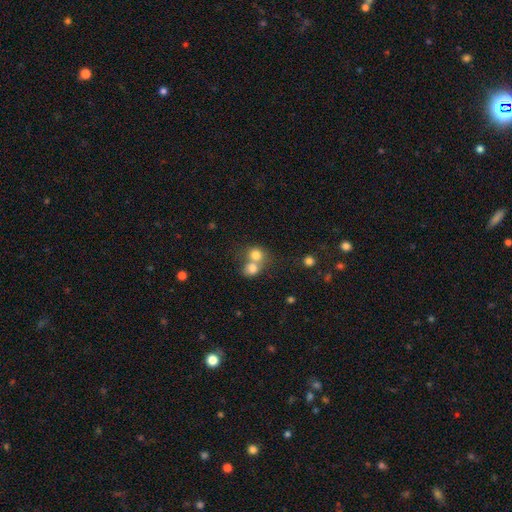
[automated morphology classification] A smooth galaxy with no disk features (76%) that is round (74%).

Vote fractions:
- Smooth or featured? smooth: 76% / featured or disk: 13% / star or artifact: 11%
- How rounded? round: 74% / in between: 25% / cigar-shaped: 1%
- Merging? merger: 62% / none: 30% / minor disturbance: 6% / major disturbance: 3%